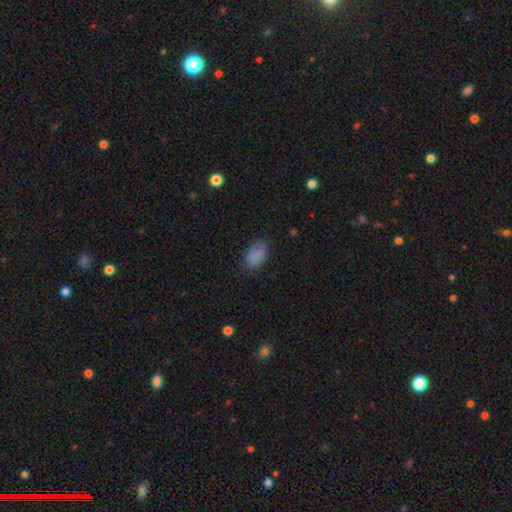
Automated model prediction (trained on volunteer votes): The model was most divided on "merging": none: 71%, minor disturbance: 22%, major disturbance: 6%, merger: 2%. More confident: how rounded — in between (90%); smooth or featured — smooth (81%).